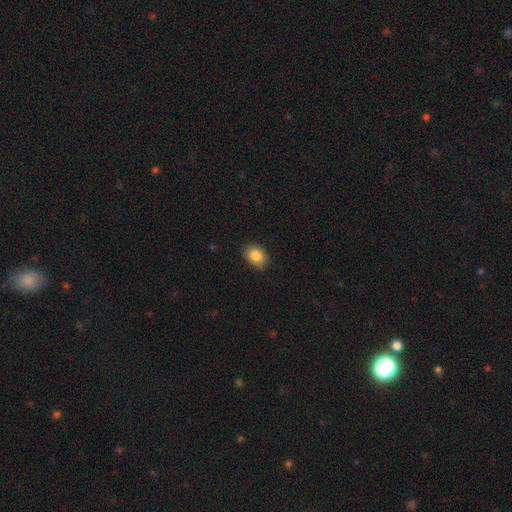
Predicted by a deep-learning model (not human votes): Q: Smooth or featured?
A: smooth (86%); runner-up: star or artifact (8%)
Q: How rounded?
A: in between (70%); runner-up: round (29%)
Q: Merging?
A: none (85%); runner-up: minor disturbance (12%)